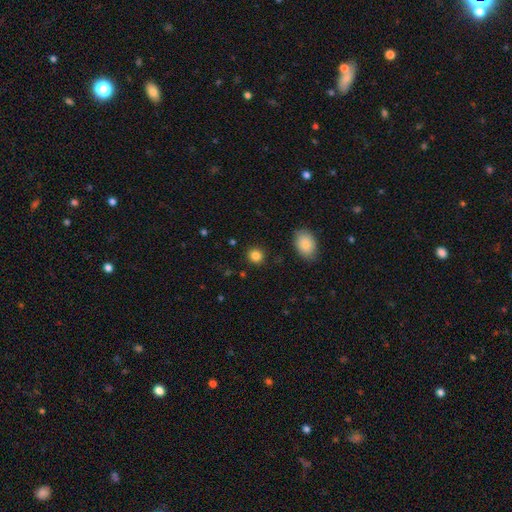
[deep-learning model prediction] A smooth galaxy with no disk features (85%) that is round (85%).

Vote fractions:
- Smooth or featured? smooth: 85% / star or artifact: 11% / featured or disk: 4%
- How rounded? round: 85% / in between: 14% / cigar-shaped: 1%
- Merging? none: 89% / minor disturbance: 7% / major disturbance: 2% / merger: 2%